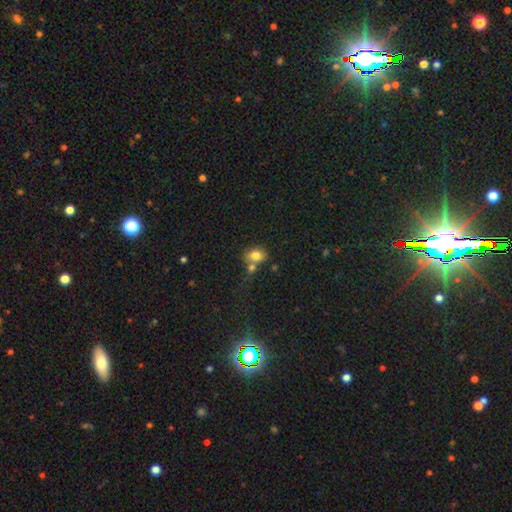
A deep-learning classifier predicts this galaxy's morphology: type=smooth (79%); roundness=in between (57%); merging=none (48%).